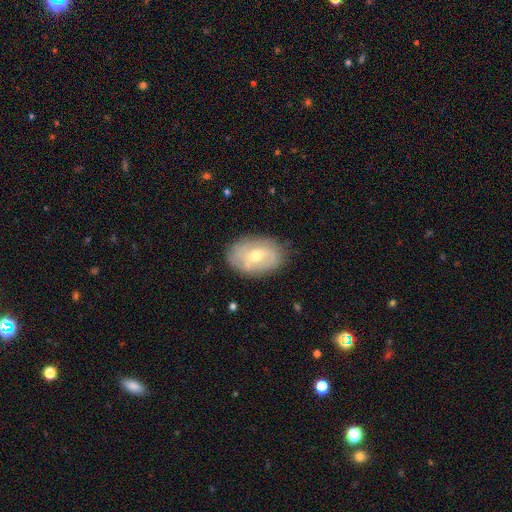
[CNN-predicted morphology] Smooth or featured: featured or disk — 56% (smooth — 37%)
Edge-on disk: no — 93% (yes — 7%)
Bar: no — 57% (weak — 34%)
Spiral arms: yes — 56% (no — 44%)
Bulge size: moderate — 53% (small — 43%)
Merging: none — 74% (minor disturbance — 19%)